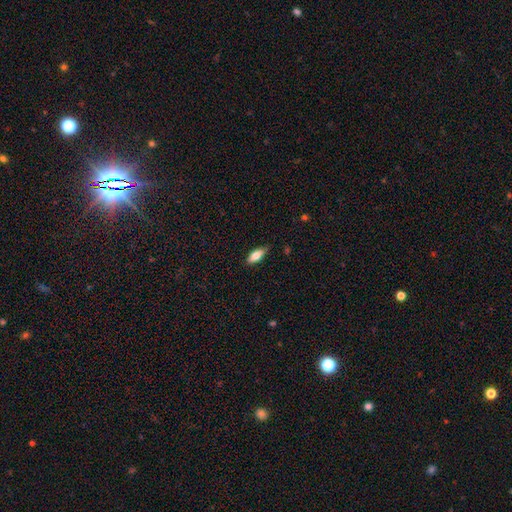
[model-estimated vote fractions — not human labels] smooth-or-featured: smooth: 74% | featured or disk: 20% | star or artifact: 7%
  how-rounded: in between: 72% | cigar-shaped: 25% | round: 2%
  merging: none: 82% | minor disturbance: 14% | major disturbance: 2% | merger: 1%